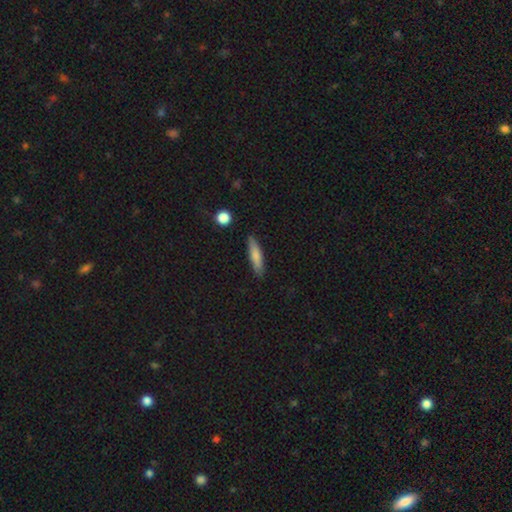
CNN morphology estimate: A smooth galaxy with no disk features (77%) that is cigar-shaped (80%). Merging: none (86%).